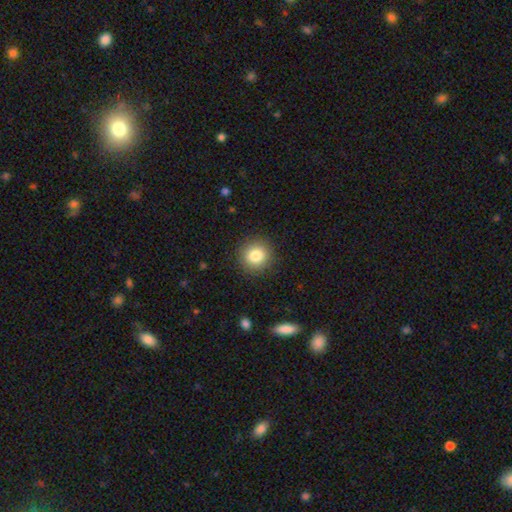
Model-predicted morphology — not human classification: This appears to be a smooth galaxy with no disk features (83%) that is round (90%). Merging: none (90%).